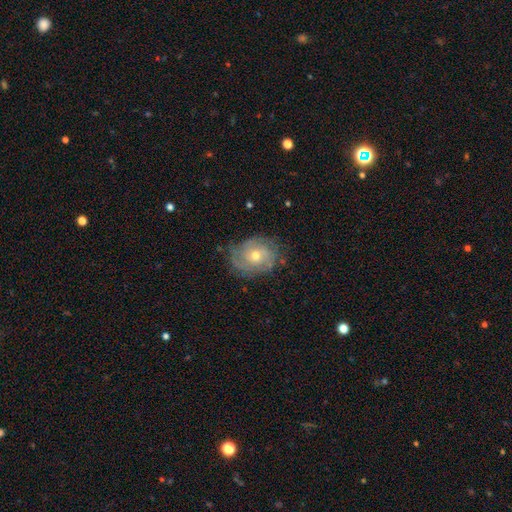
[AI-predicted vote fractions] A featured or disk galaxy (72%) with no bar (79%), tight (60%) spiral arms (86%) and a moderate central bulge (57%).

Vote fractions:
- Smooth or featured? featured or disk: 72% / smooth: 21% / star or artifact: 8%
- Edge-on disk? no: 97% / yes: 3%
- Bar? no: 79% / weak: 18% / strong: 3%
- Spiral arms? yes: 86% / no: 14%
- Spiral winding? tight: 60% / medium: 30% / loose: 10%
- Spiral arm count? can't tell: 39% / 2: 28% / 3: 17% / 4: 6% / 1: 6% / more than 4: 4%
- Bulge size? moderate: 57% / small: 40% / large: 2% / none: 1% / dominant: 1%
- Merging? none: 72% / minor disturbance: 20% / major disturbance: 7% / merger: 1%